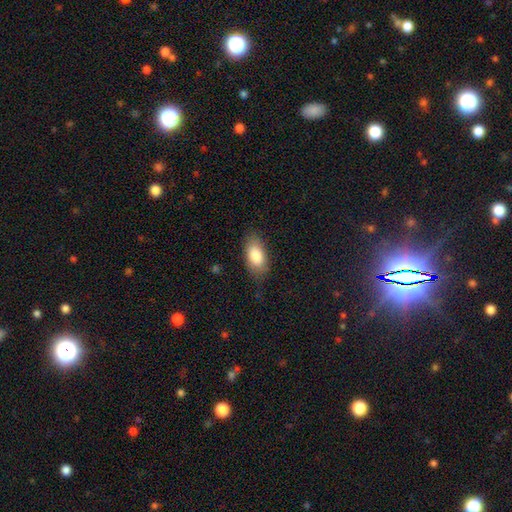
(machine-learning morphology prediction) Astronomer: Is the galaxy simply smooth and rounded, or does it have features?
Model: smooth — 83%.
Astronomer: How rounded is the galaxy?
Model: in between — 90%.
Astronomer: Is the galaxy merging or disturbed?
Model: none — 76%.